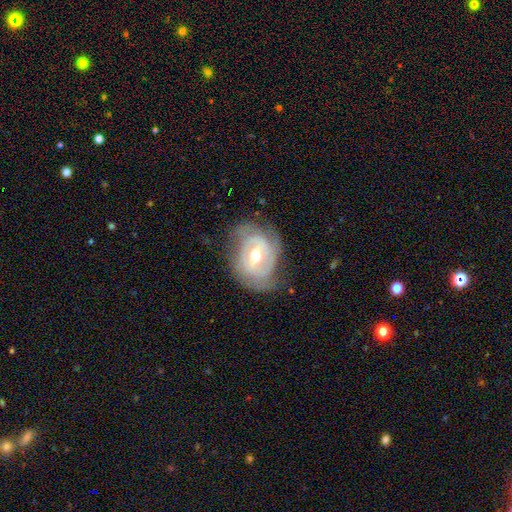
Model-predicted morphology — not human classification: This is likely a featured or disk galaxy (78%). It is clearly not viewed edge-on (96%). Bar: possibly weak (48%). Spiral arm pattern: clearly yes (82%). Spiral arm count: possibly 2 (47%). Spiral winding: possibly tight (54%). Central bulge: likely moderate (66%). Merging: likely none (61%).